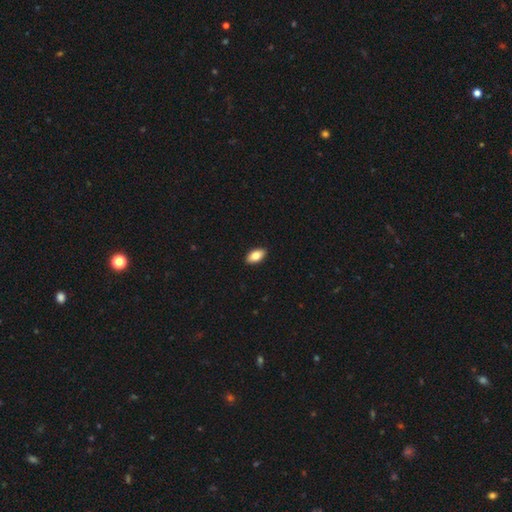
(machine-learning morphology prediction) smooth-or-featured: smooth: 82% | featured or disk: 12% | star or artifact: 7%
  how-rounded: in between: 93% | round: 4% | cigar-shaped: 4%
  merging: none: 91% | minor disturbance: 7% | major disturbance: 1% | merger: 1%